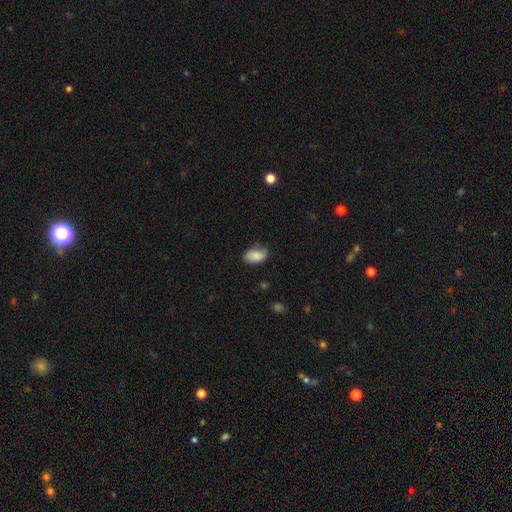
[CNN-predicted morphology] This is clearly a smooth galaxy (85%). How rounded: clearly in between (92%). Merging: likely none (61%).